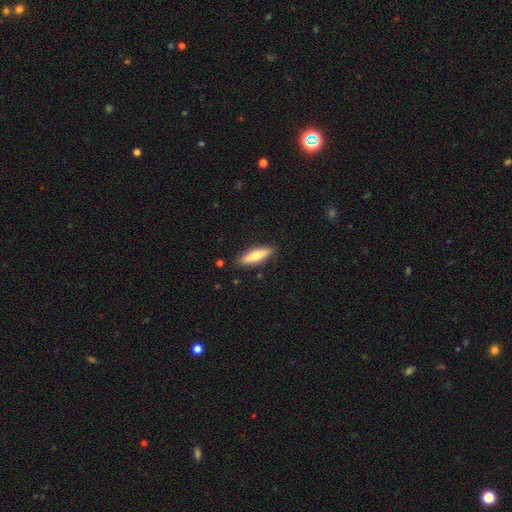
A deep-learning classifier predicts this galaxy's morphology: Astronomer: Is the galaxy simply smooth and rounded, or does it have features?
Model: smooth — 60%.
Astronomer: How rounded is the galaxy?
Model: cigar-shaped — 59% (runner-up: in between, 39%).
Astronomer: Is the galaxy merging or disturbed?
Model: none — 87%.